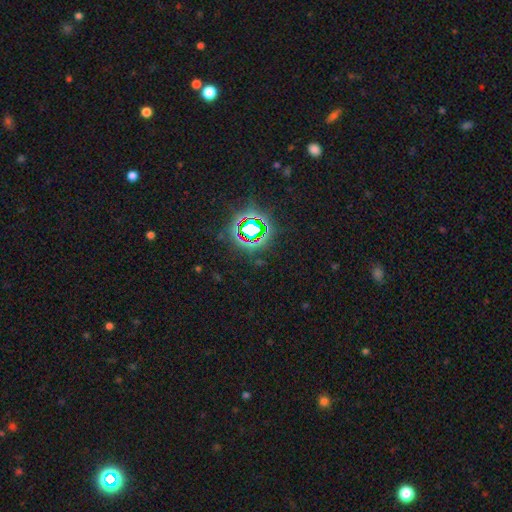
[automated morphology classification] Smooth or featured? Predicted: star or artifact (p=0.81).